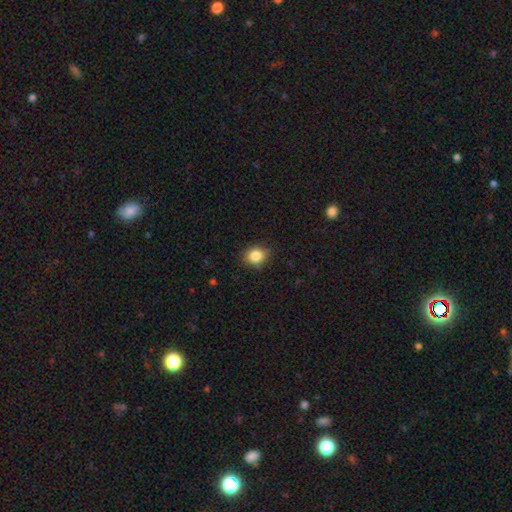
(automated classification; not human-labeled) Smooth or featured? Predicted: smooth (p=0.85). How rounded? Predicted: round (p=0.68). Merging? Predicted: none (p=0.84).